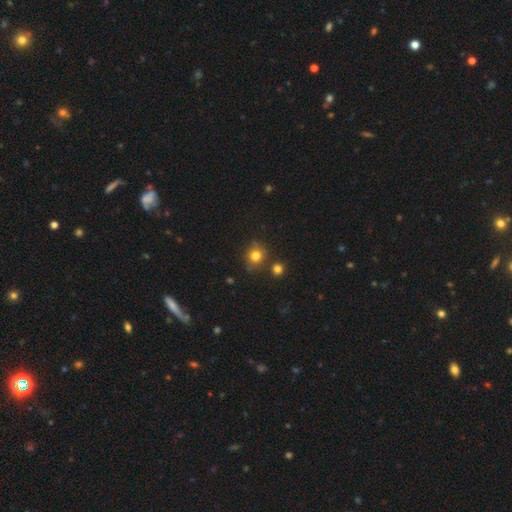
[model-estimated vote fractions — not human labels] Q: Smooth or featured?
A: smooth (80%); runner-up: star or artifact (13%)
Q: How rounded?
A: round (83%); runner-up: in between (16%)
Q: Merging?
A: none (77%); runner-up: minor disturbance (12%)